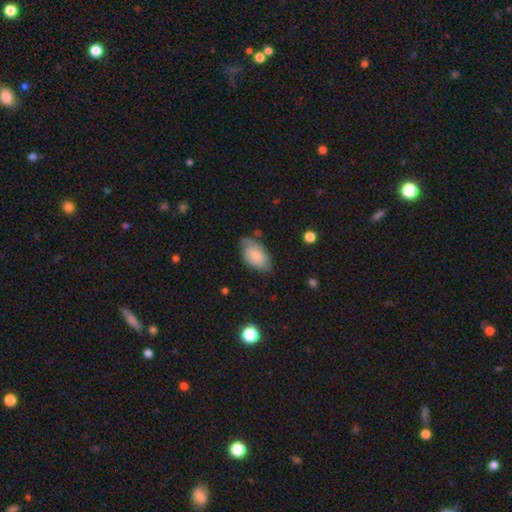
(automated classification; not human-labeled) smooth 63%, featured or disk 30%, star or artifact 7%. Down the decision tree: how rounded — in between (92%); merging — none (60%).